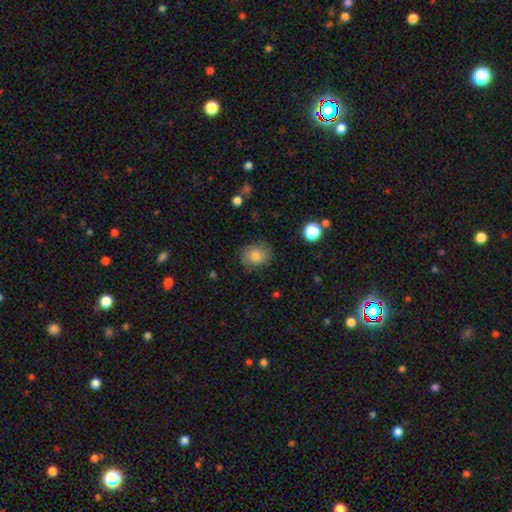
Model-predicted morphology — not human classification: This is likely a smooth galaxy (73%). How rounded: possibly round (57%). Merging: likely none (75%).